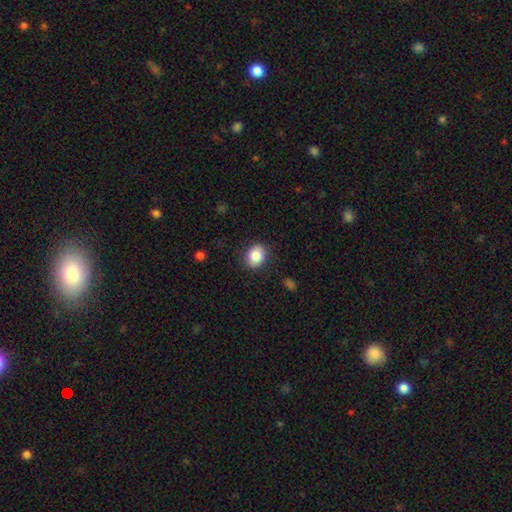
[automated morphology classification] Smooth or featured? smooth (85%)
How rounded? round (53%)
Merging? none (85%)